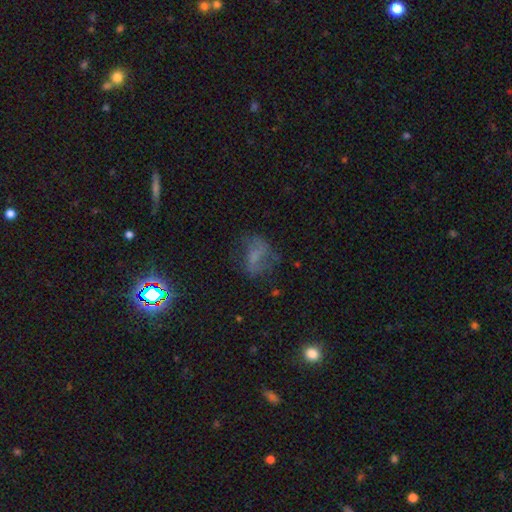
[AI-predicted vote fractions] Smooth or featured? smooth (39%)
Merging? none (51%)